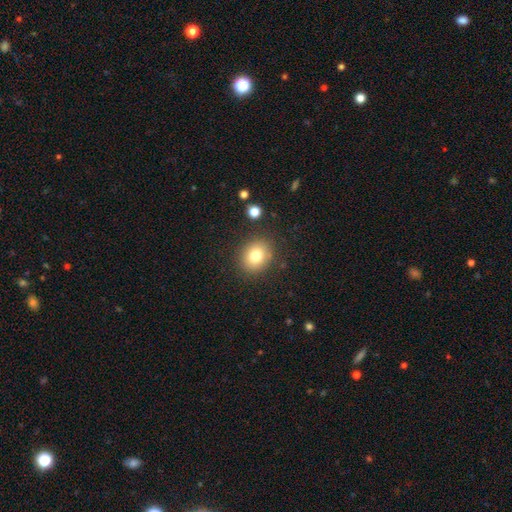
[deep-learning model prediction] This appears to be a smooth galaxy with no disk features (78%) that is round (62%). Merging: none (86%).